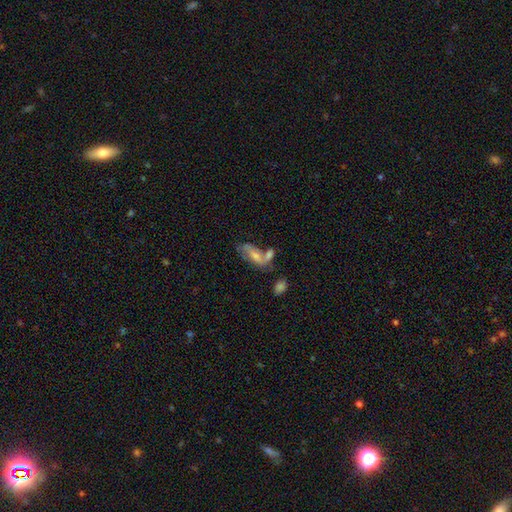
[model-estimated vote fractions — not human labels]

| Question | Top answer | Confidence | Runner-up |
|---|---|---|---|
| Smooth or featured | featured or disk | 62% | smooth (28%) |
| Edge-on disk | no | 87% | yes (13%) |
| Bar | no | 48% | weak (37%) |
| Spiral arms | yes | 81% | no (19%) |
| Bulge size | moderate | 48% | small (39%) |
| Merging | none | 45% | merger (28%) |